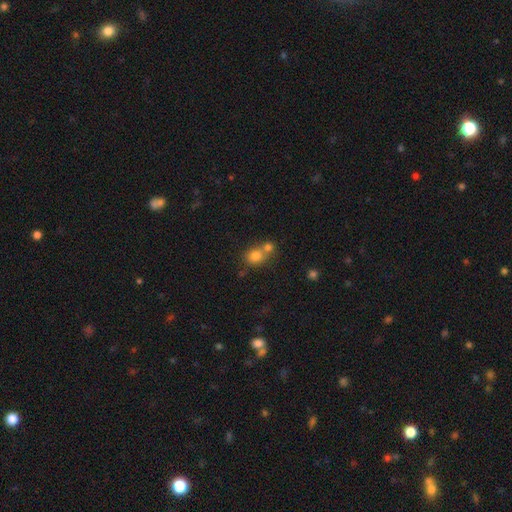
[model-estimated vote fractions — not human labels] Smooth or featured? smooth (78%)
How rounded? round (70%)
Merging? merger (48%)